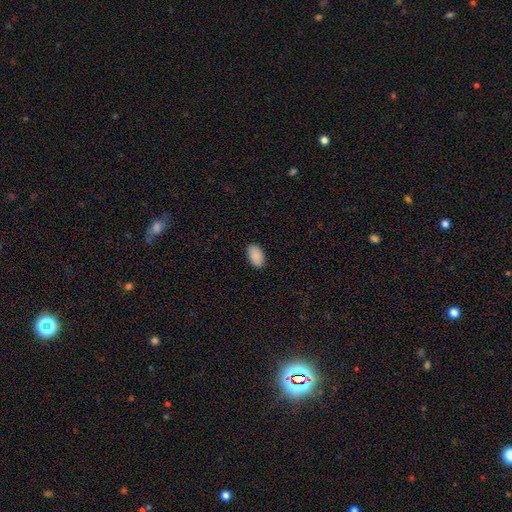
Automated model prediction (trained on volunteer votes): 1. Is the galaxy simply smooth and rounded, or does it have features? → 90% smooth, 7% star or artifact, 4% featured or disk.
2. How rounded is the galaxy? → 94% in between, 4% round, 2% cigar-shaped.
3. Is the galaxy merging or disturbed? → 89% none, 8% minor disturbance, 2% major disturbance, 1% merger.